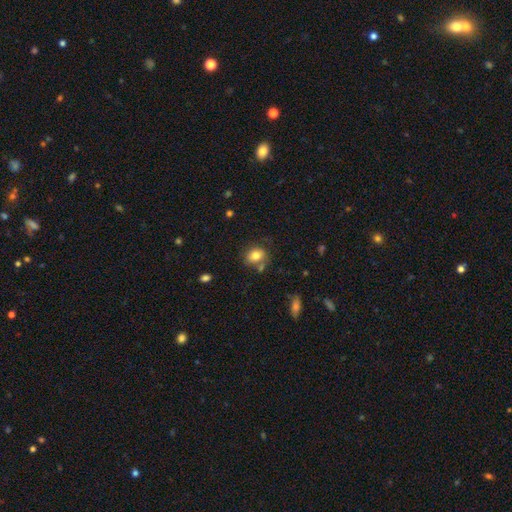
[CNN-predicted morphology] This is likely a smooth galaxy (78%). How rounded: possibly round (55%). Merging: likely none (65%).